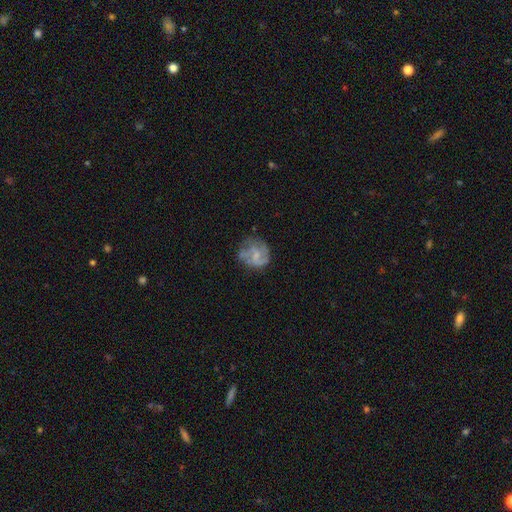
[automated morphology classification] Smooth or featured: featured or disk — 59% (smooth — 33%)
Edge-on disk: no — 98% (yes — 2%)
Bar: no — 59% (weak — 35%)
Spiral arms: yes — 66% (no — 34%)
Bulge size: small — 48% (none — 27%)
Merging: none — 52% (minor disturbance — 25%)